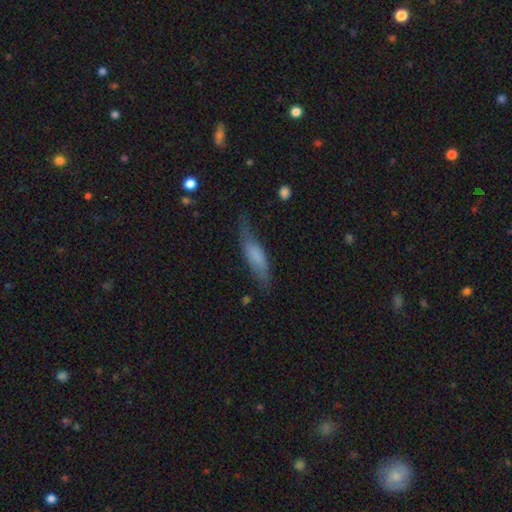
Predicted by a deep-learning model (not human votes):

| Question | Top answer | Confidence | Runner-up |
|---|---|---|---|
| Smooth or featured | smooth | 61% | featured or disk (32%) |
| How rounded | cigar-shaped | 61% | in between (37%) |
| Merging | none | 59% | minor disturbance (27%) |